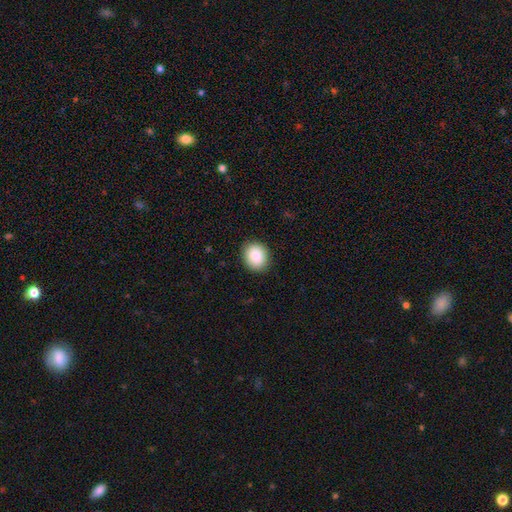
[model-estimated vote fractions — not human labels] Morphology: type=smooth (87%); roundness=round (67%); merging=none (89%).